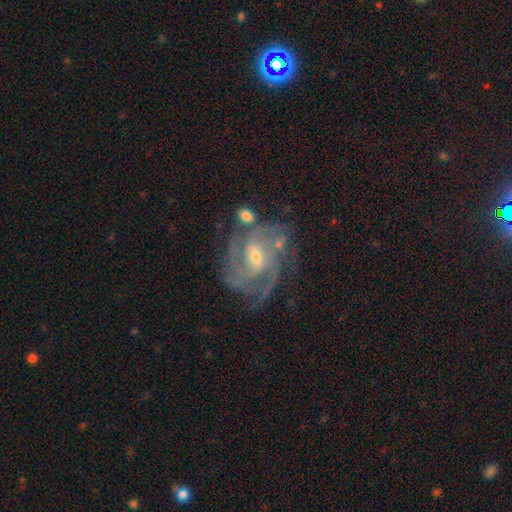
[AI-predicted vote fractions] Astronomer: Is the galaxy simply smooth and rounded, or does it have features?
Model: featured or disk — 88%.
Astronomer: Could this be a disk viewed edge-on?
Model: no — 97%.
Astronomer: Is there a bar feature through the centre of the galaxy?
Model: weak — 53% (runner-up: no, 30%).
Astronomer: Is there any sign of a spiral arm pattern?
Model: yes — 96%.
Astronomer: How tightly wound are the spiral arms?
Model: tight — 48% (runner-up: medium, 42%).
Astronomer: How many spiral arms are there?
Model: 3 — 32% (runner-up: can't tell, 23%).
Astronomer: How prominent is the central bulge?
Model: small — 59% (runner-up: moderate, 37%).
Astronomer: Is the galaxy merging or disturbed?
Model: none — 58%.